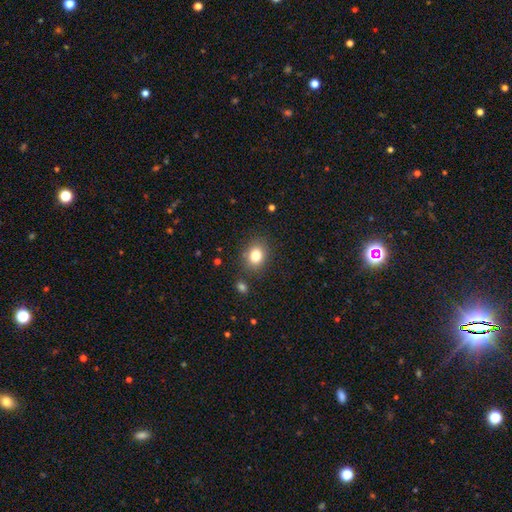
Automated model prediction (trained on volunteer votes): smooth 81%, star or artifact 11%, featured or disk 8%. Down the decision tree: how rounded — round (51%); merging — none (82%).